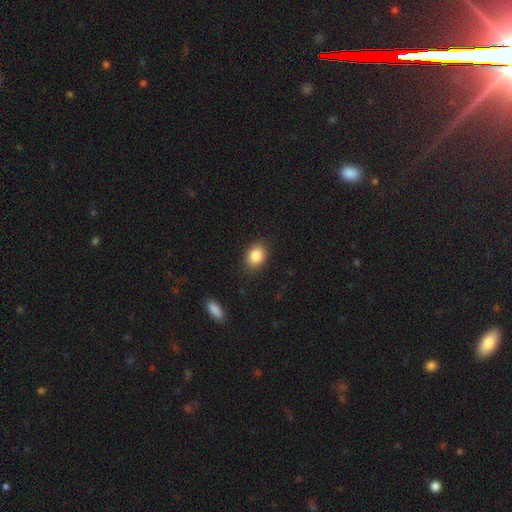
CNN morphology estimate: A smooth galaxy with no disk features (85%) that is in between round and cigar-shaped (55%).

Vote fractions:
- Smooth or featured? smooth: 85% / star or artifact: 9% / featured or disk: 6%
- How rounded? in between: 55% / round: 44% / cigar-shaped: 1%
- Merging? none: 86% / minor disturbance: 10% / major disturbance: 3% / merger: 1%